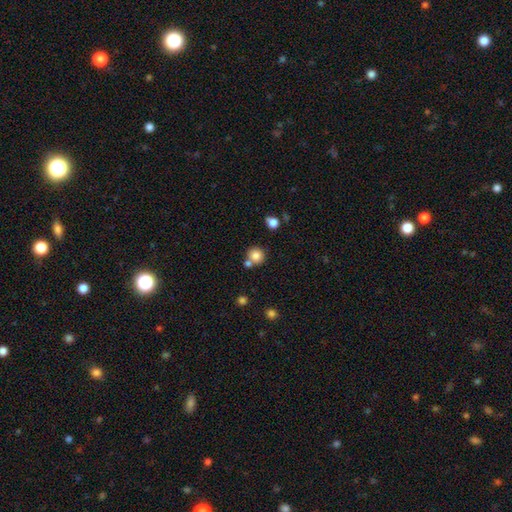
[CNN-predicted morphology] type=smooth (81%); roundness=round (90%); merging=none (64%).